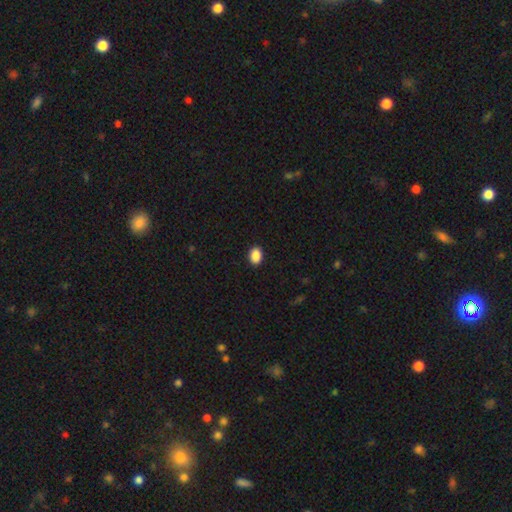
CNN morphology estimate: smooth-or-featured: smooth: 90% | star or artifact: 8% | featured or disk: 2%
  how-rounded: in between: 78% | round: 21% | cigar-shaped: 1%
  merging: none: 91% | minor disturbance: 6% | major disturbance: 2% | merger: 1%